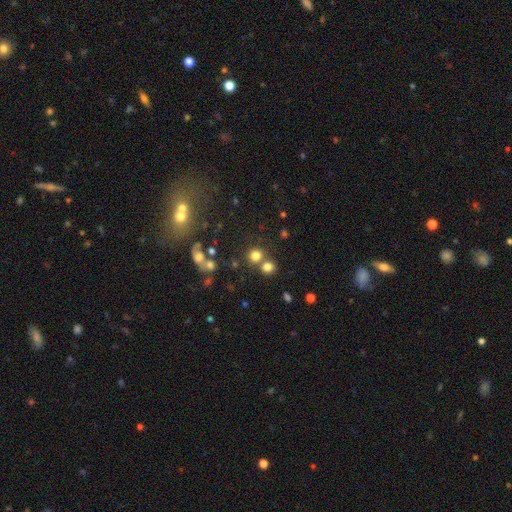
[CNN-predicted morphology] smooth 75%, star or artifact 17%, featured or disk 8%. Down the decision tree: how rounded — round (88%); merging — none (64%).